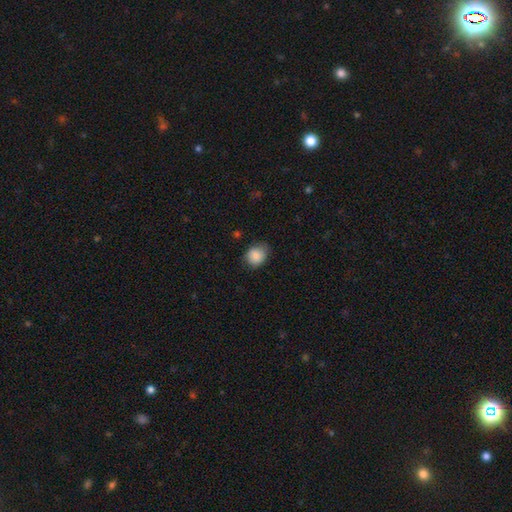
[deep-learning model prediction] Smooth or featured? Predicted: smooth (p=0.86). How rounded? Predicted: round (p=0.56). Merging? Predicted: none (p=0.72).